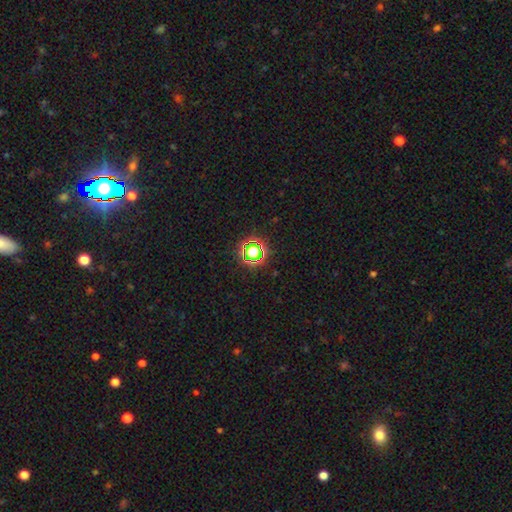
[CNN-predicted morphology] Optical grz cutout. It shows a star or artifact, not a galaxy (54%).